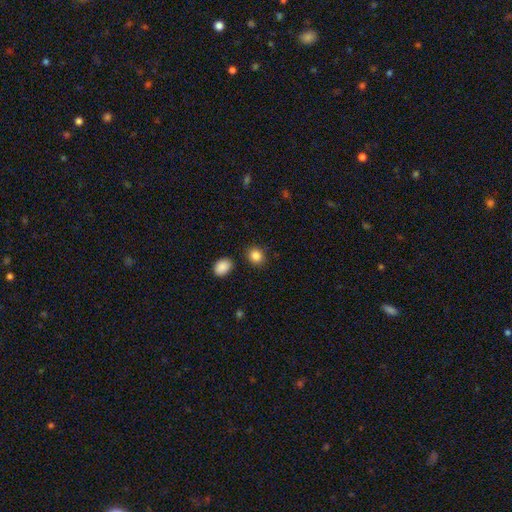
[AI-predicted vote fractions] Smooth or featured? smooth (86%)
How rounded? round (76%)
Merging? none (85%)